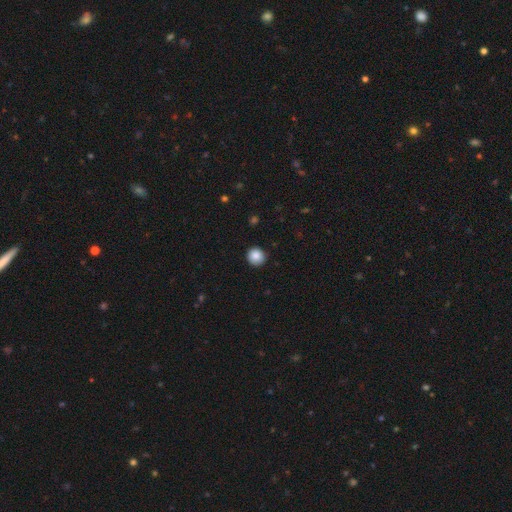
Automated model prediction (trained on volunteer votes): Smooth or featured?
  - smooth: 87% *
  - star or artifact: 9%
  - featured or disk: 4%
How rounded?
  - round: 94% *
  - in between: 5%
  - cigar-shaped: 1%
Merging?
  - none: 90% *
  - minor disturbance: 7%
  - major disturbance: 2%
  - merger: 1%